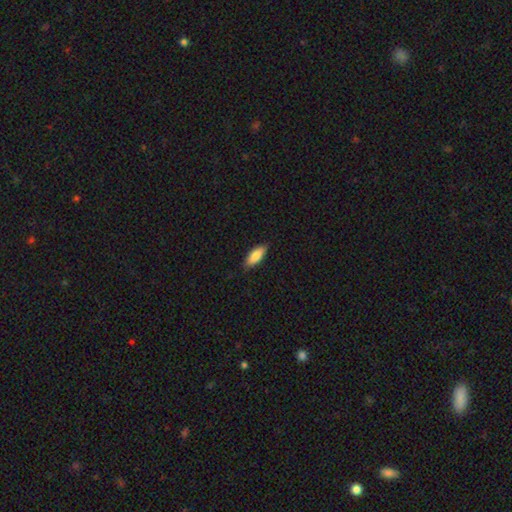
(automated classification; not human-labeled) smooth_or_featured: smooth (p=0.83) [alt: featured or disk p=0.11]
how_rounded: in between (p=0.76) [alt: cigar-shaped p=0.22]
merging: none (p=0.85) [alt: minor disturbance p=0.12]